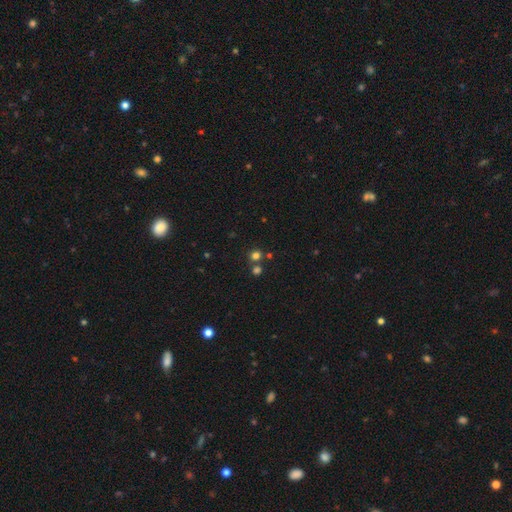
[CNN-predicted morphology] Overall: smooth (73%). How rounded: round (89%). Merging: none (70%).